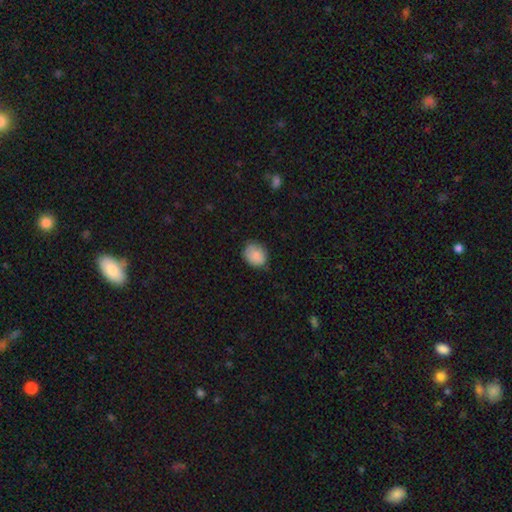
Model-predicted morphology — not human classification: This is clearly a smooth galaxy (86%). How rounded: possibly round (57%). Merging: likely none (71%).